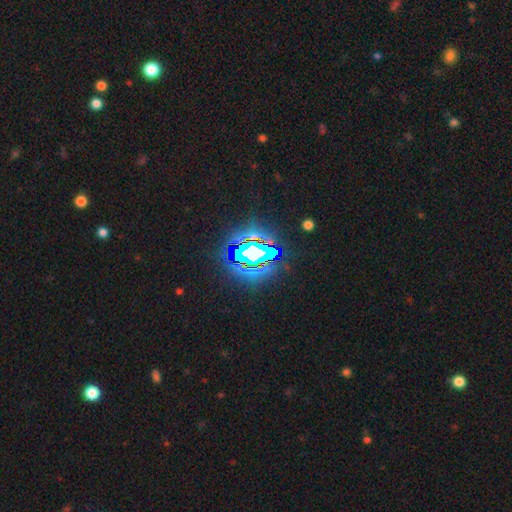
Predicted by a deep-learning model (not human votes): The model was most divided on "smooth or featured": star or artifact: 77%, smooth: 12%, featured or disk: 11%.